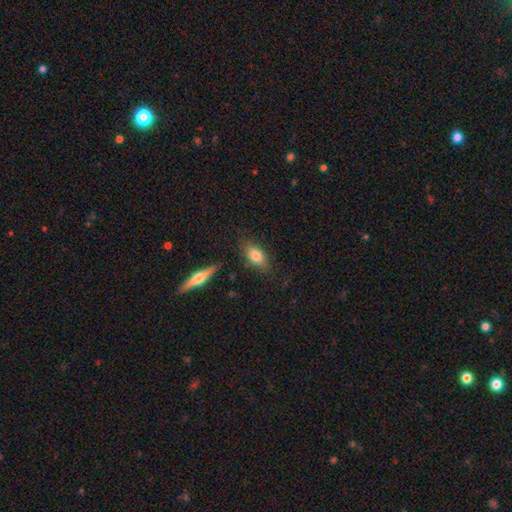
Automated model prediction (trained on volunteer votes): smooth-or-featured: smooth: 77% | featured or disk: 15% | star or artifact: 7%
  how-rounded: in between: 83% | cigar-shaped: 9% | round: 8%
  merging: none: 78% | minor disturbance: 15% | major disturbance: 4% | merger: 3%